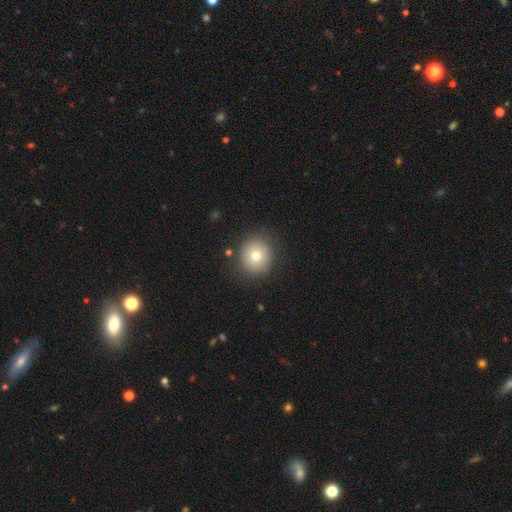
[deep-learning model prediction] Smooth or featured: smooth — 76% (featured or disk — 13%)
How rounded: round — 89% (in between — 10%)
Merging: none — 85% (minor disturbance — 10%)